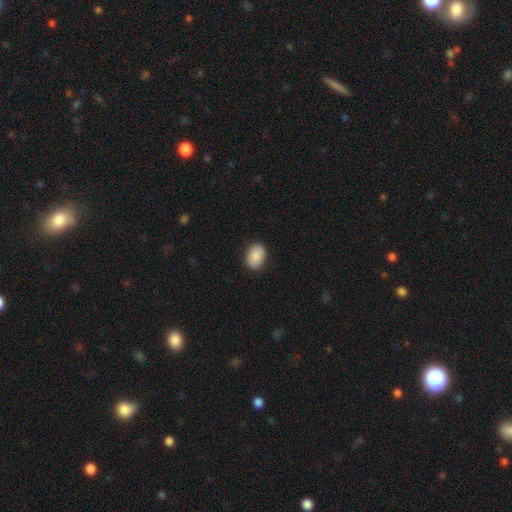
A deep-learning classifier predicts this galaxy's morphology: Smooth or featured? Predicted: smooth (p=0.89). How rounded? Predicted: in between (p=0.80). Merging? Predicted: none (p=0.88).